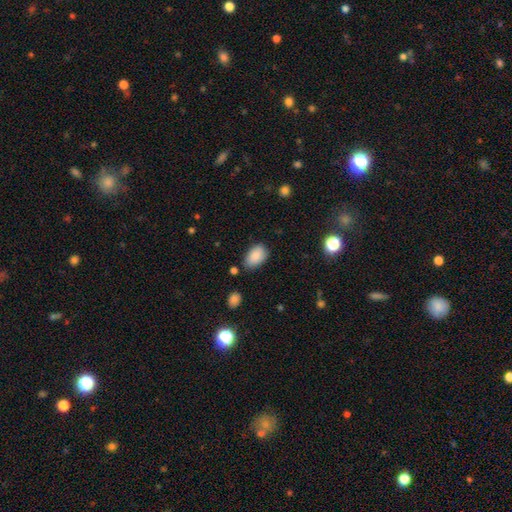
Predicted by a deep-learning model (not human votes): The model was most divided on "merging": none: 73%, minor disturbance: 20%, major disturbance: 4%, merger: 3%. More confident: how rounded — in between (91%); smooth or featured — smooth (87%).